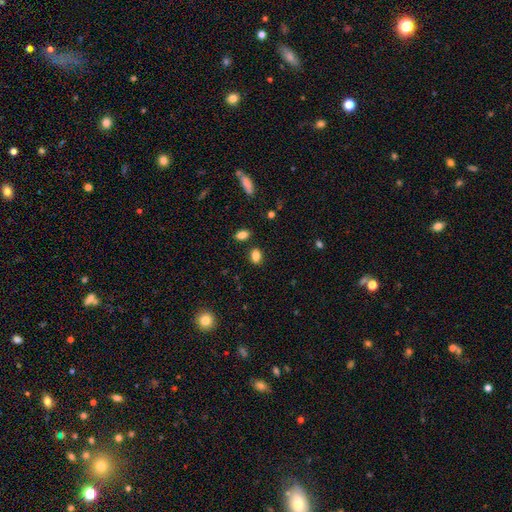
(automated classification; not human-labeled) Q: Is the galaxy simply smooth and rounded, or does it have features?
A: smooth — 85%.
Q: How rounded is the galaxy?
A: in between — 78%.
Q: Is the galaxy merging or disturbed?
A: none — 83%.